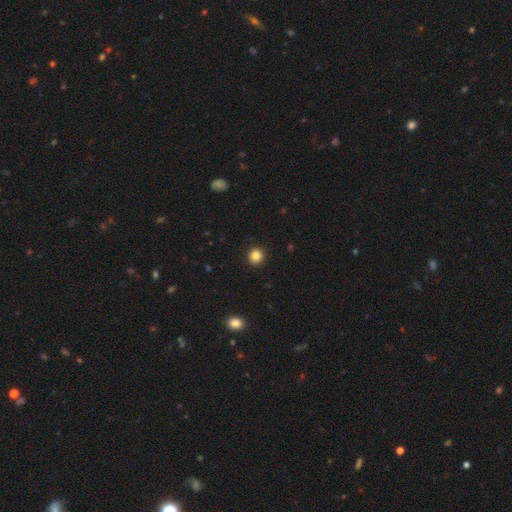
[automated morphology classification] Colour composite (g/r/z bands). It shows a smooth galaxy with no disk features (85%) that is round (91%). Merging: none (93%).